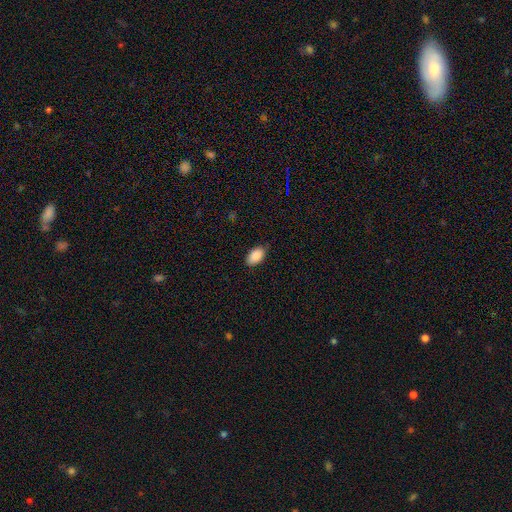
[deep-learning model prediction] Q: Smooth or featured?
A: smooth (89%); runner-up: star or artifact (7%)
Q: How rounded?
A: in between (93%); runner-up: round (5%)
Q: Merging?
A: none (81%); runner-up: minor disturbance (16%)